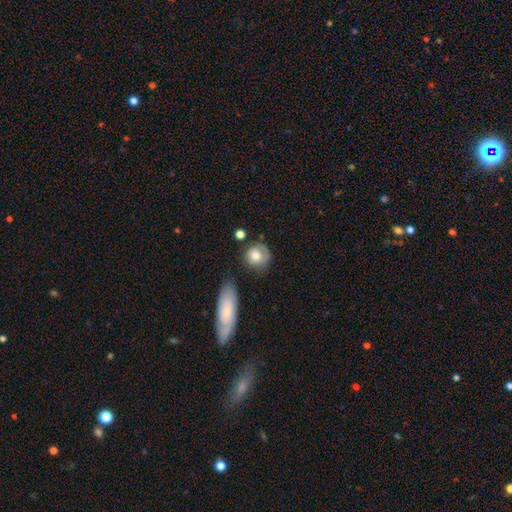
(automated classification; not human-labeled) smooth_or_featured: smooth (p=0.71) [alt: featured or disk p=0.22]
how_rounded: round (p=0.83) [alt: in between p=0.15]
merging: none (p=0.58) [alt: minor disturbance p=0.25]